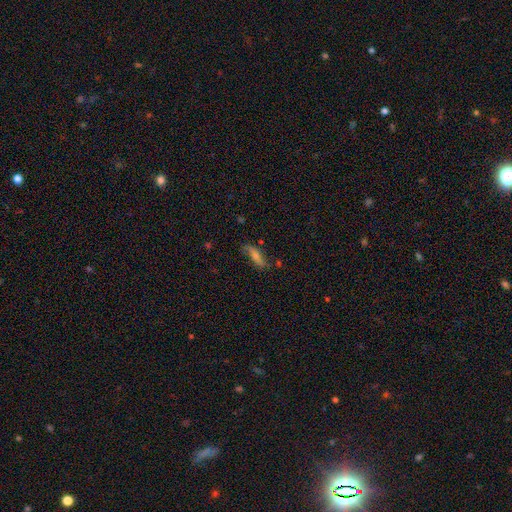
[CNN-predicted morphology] Q: Smooth or featured?
A: featured or disk (58%); runner-up: smooth (31%)
Q: Edge-on disk?
A: no (66%); runner-up: yes (34%)
Q: Merging?
A: none (73%); runner-up: minor disturbance (18%)